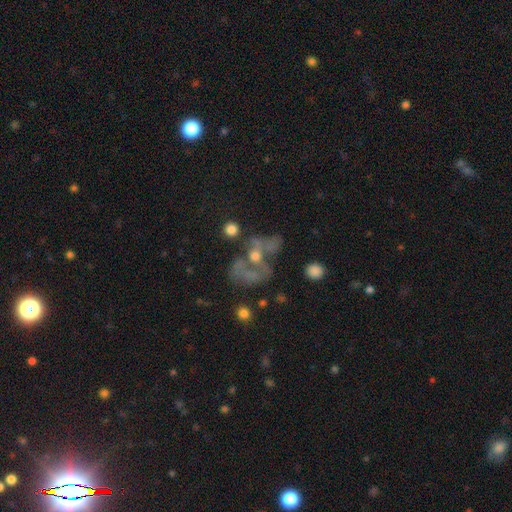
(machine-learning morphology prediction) smooth-or-featured: featured or disk: 52% | smooth: 27% | star or artifact: 21%
  disk-edge-on: no: 95% | yes: 5%
  merging: none: 32% | major disturbance: 28% | merger: 26% | minor disturbance: 14%